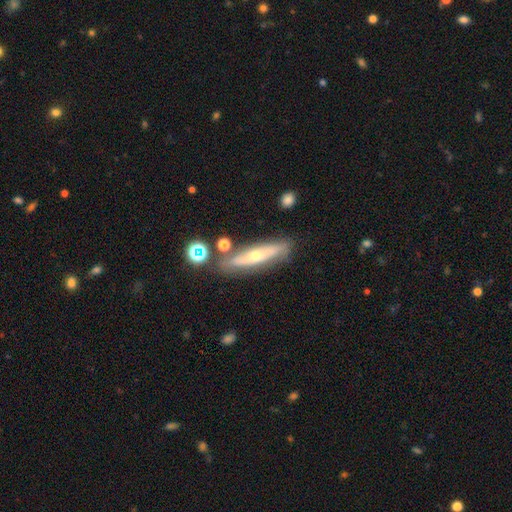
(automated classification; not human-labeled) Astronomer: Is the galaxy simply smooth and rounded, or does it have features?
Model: featured or disk — 56% (runner-up: smooth, 36%).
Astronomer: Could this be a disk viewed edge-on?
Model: yes — 63%.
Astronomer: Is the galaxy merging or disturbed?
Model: none — 74%.